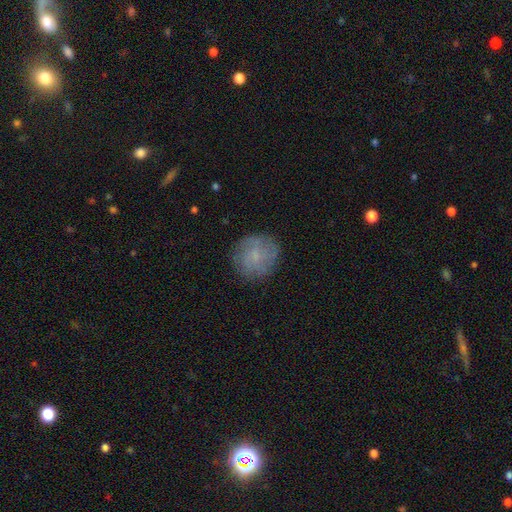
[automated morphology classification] A smooth galaxy with no disk features (55%) that is round (87%). Merging: none (79%).